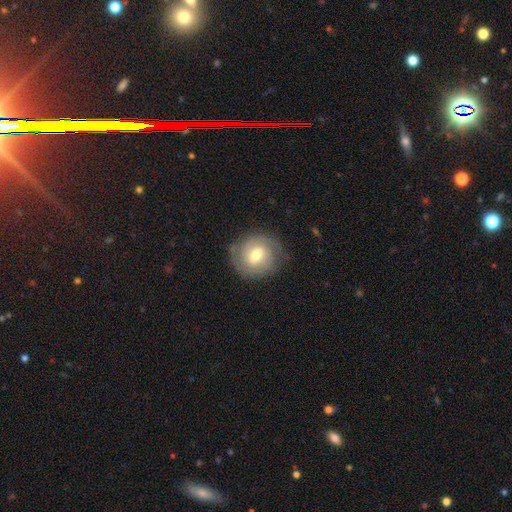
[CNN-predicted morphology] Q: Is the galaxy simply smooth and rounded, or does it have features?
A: featured or disk — 55%.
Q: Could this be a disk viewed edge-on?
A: no — 96%.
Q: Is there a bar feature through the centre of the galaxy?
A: weak — 55%.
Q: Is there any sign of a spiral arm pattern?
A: yes — 77%.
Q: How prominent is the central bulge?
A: moderate — 70%.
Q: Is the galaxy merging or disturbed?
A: none — 75%.